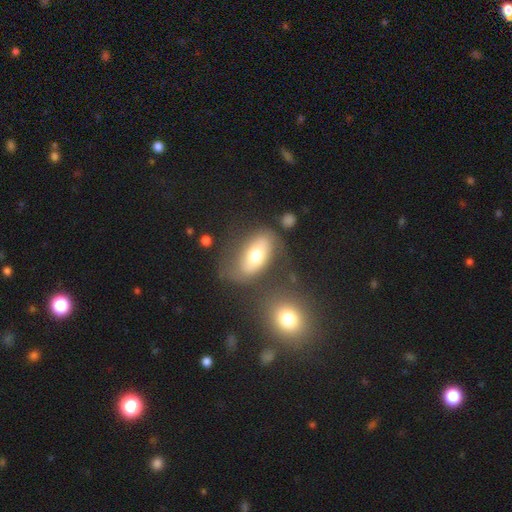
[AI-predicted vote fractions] smooth 57%, featured or disk 36%, star or artifact 8%. Down the decision tree: how rounded — in between (87%); merging — none (61%).